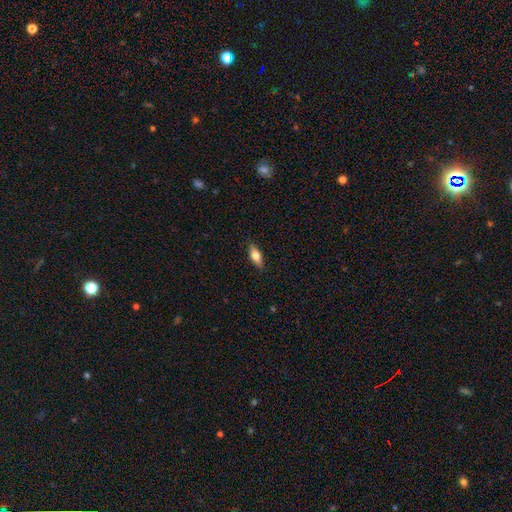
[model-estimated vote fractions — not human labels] smooth 62%, featured or disk 31%, star or artifact 7%. Down the decision tree: how rounded — in between (67%); merging — none (87%).